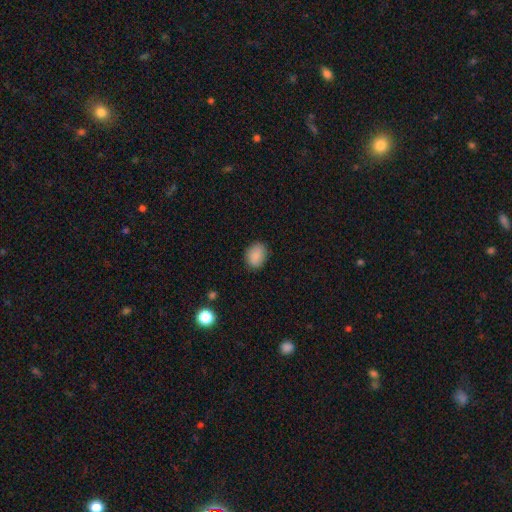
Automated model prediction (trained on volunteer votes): Overall: smooth (88%). How rounded: in between (65%; round 34%). Merging: none (85%).